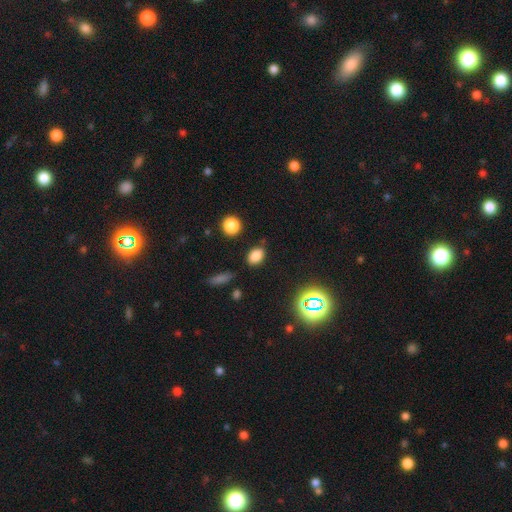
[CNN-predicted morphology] Q: Smooth or featured?
A: smooth (80%); runner-up: star or artifact (14%)
Q: How rounded?
A: in between (82%); runner-up: round (16%)
Q: Merging?
A: none (81%); runner-up: minor disturbance (12%)